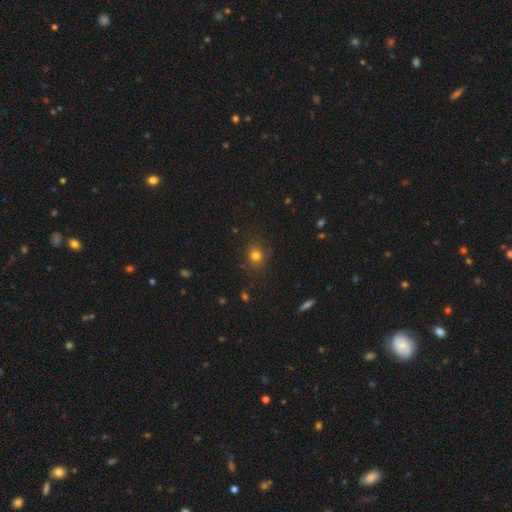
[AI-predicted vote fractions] Overall: smooth (77%). How rounded: round (77%). Merging: none (81%).